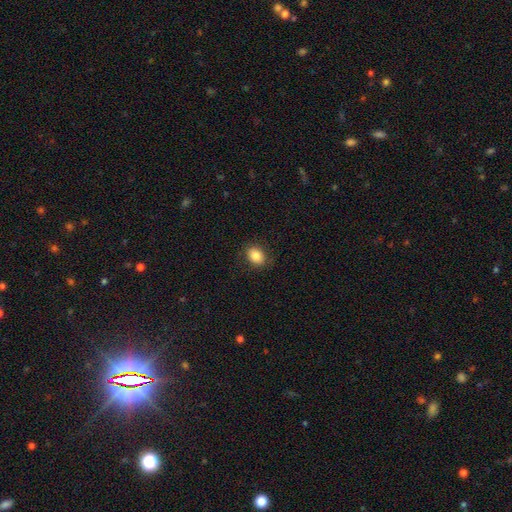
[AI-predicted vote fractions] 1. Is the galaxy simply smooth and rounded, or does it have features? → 84% smooth, 9% star or artifact, 7% featured or disk.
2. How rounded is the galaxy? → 60% in between, 39% round, 1% cigar-shaped.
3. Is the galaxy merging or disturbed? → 86% none, 10% minor disturbance, 3% major disturbance, 1% merger.